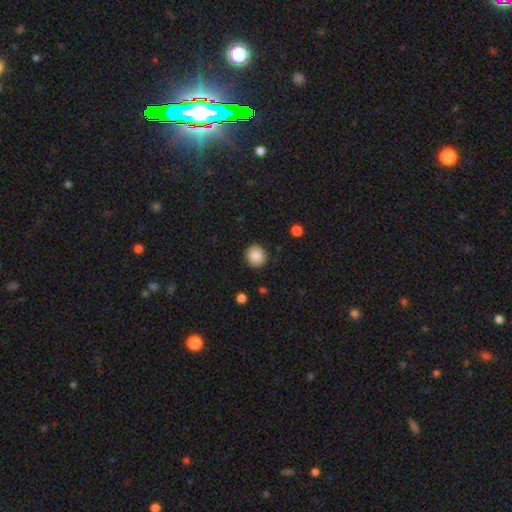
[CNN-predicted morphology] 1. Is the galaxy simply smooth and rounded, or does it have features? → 87% smooth, 8% star or artifact, 5% featured or disk.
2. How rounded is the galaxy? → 89% round, 10% in between, 1% cigar-shaped.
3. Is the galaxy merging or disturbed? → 89% none, 7% minor disturbance, 2% major disturbance, 1% merger.